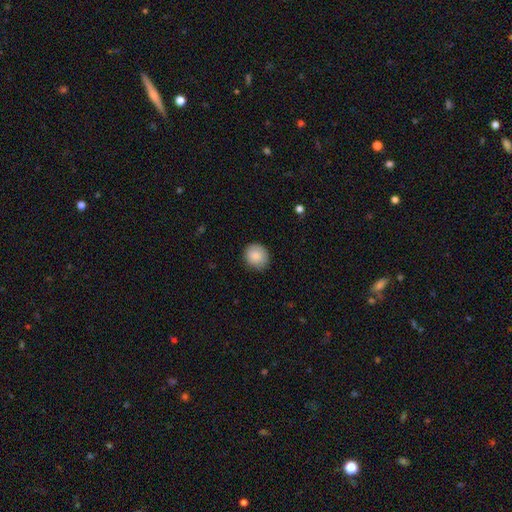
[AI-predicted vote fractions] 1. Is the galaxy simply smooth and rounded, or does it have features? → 87% smooth, 7% star or artifact, 6% featured or disk.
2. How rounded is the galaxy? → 82% round, 18% in between, 1% cigar-shaped.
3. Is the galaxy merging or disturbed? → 84% none, 13% minor disturbance, 2% major disturbance, 1% merger.